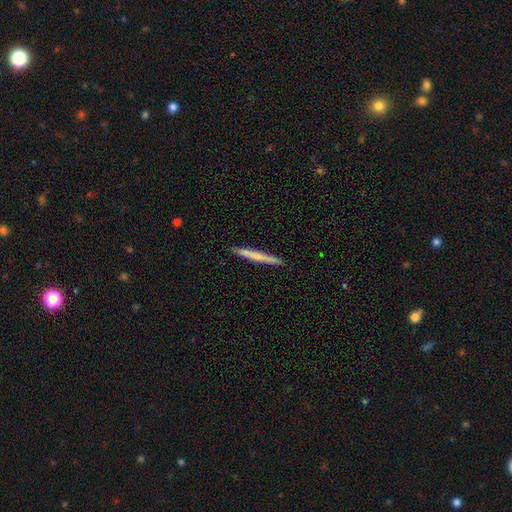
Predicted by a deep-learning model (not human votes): Smooth or featured? Predicted: smooth (p=0.62). How rounded? Predicted: cigar-shaped (p=0.97). Merging? Predicted: none (p=0.92).